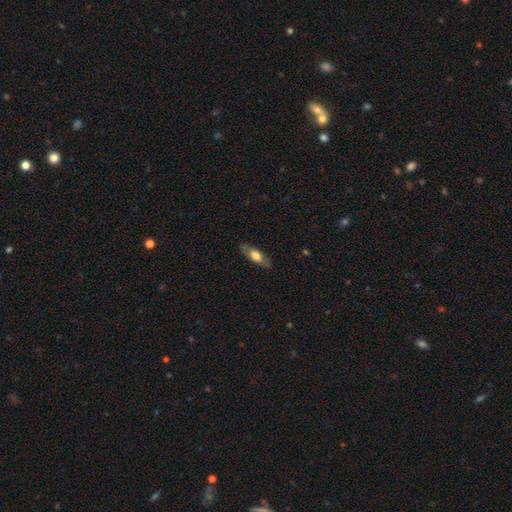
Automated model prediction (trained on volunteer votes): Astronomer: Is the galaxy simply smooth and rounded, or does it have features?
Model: smooth — 60%.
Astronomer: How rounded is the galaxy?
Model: in between — 70%.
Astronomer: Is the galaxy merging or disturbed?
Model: none — 83%.